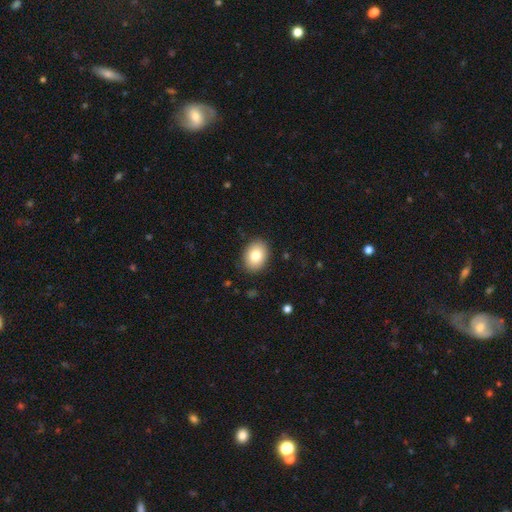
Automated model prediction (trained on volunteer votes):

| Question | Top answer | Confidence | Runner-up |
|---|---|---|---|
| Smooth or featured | smooth | 82% | featured or disk (10%) |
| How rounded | in between | 69% | round (31%) |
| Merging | none | 89% | minor disturbance (8%) |